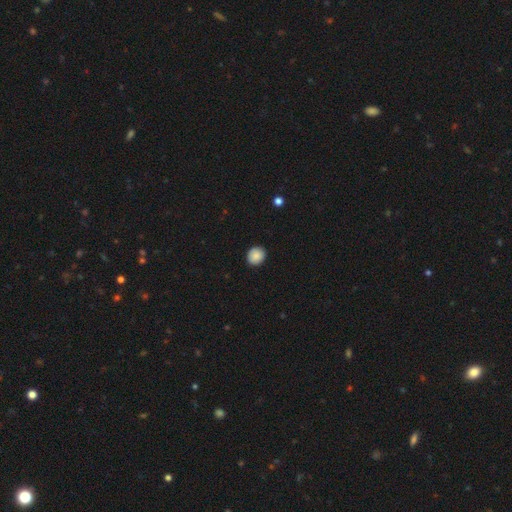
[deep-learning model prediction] Smooth or featured? Predicted: smooth (p=0.88). How rounded? Predicted: round (p=0.80). Merging? Predicted: none (p=0.90).